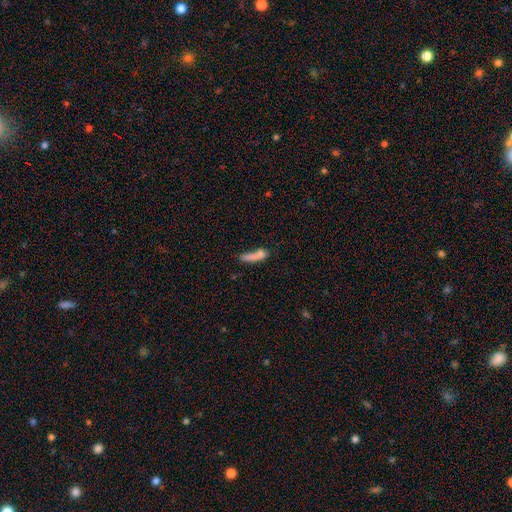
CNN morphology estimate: A smooth galaxy with no disk features (71%) that is cigar-shaped (68%).

Vote fractions:
- Smooth or featured? smooth: 71% / featured or disk: 18% / star or artifact: 11%
- How rounded? cigar-shaped: 68% / in between: 28% / round: 4%
- Merging? none: 37% / merger: 32% / minor disturbance: 17% / major disturbance: 14%